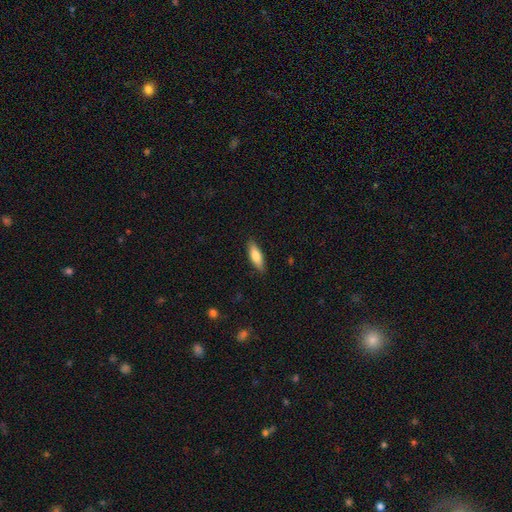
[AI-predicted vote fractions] The model was most divided on "how rounded": cigar-shaped: 52%, in between: 47%, round: 2%. More confident: merging — none (88%); smooth or featured — smooth (75%).